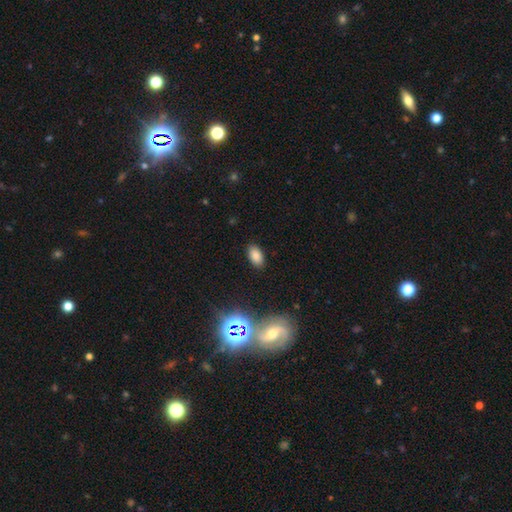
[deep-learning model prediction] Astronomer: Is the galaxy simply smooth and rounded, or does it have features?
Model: smooth — 82%.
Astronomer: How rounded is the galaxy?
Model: in between — 92%.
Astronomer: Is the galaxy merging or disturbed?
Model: none — 88%.